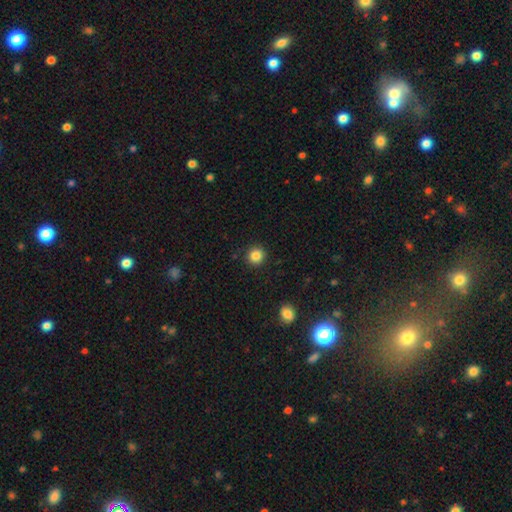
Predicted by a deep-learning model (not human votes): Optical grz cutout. It shows a smooth galaxy with no disk features (85%) that is round (93%). Merging: none (92%).